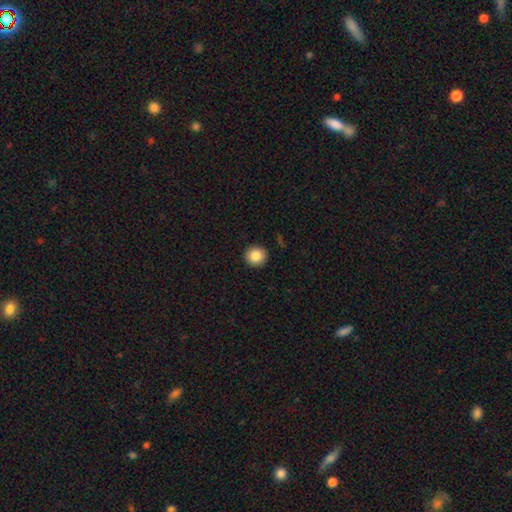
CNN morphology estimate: The model was most divided on "smooth or featured": smooth: 86%, star or artifact: 9%, featured or disk: 6%. More confident: how rounded — round (92%); merging — none (92%).